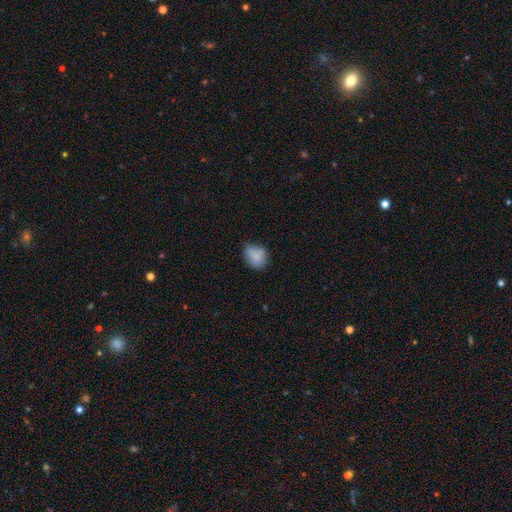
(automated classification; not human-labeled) Smooth or featured: smooth — 81% (featured or disk — 10%)
How rounded: round — 53% (in between — 46%)
Merging: none — 62% (minor disturbance — 30%)